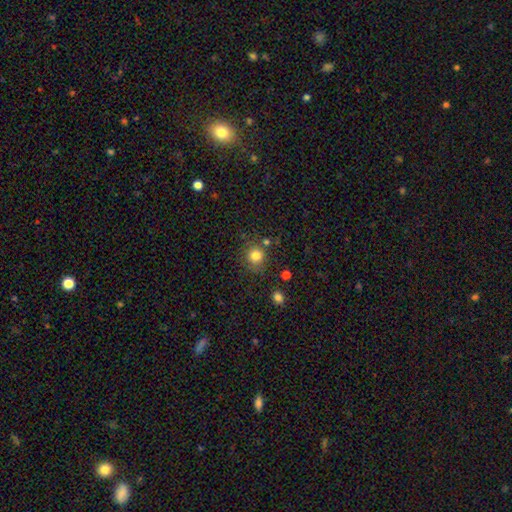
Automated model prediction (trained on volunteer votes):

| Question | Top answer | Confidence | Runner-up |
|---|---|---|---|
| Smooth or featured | smooth | 82% | star or artifact (12%) |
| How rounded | round | 89% | in between (10%) |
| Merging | none | 77% | minor disturbance (12%) |